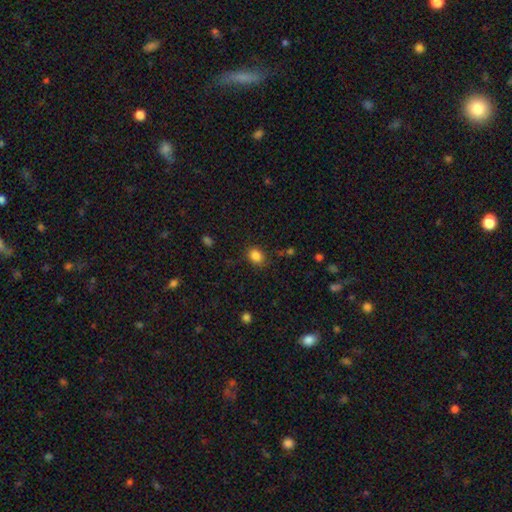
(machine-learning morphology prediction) The model was most divided on "how rounded": in between: 59%, round: 40%, cigar-shaped: 1%. More confident: smooth or featured — smooth (85%); merging — none (81%).